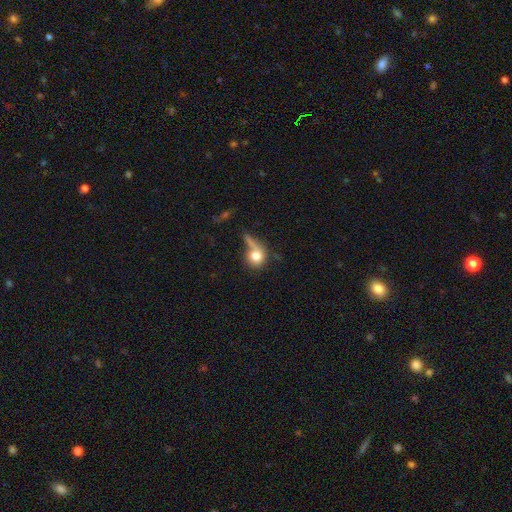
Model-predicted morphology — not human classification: Smooth or featured? Predicted: smooth (p=0.74). How rounded? Predicted: round (p=0.74). Merging? Predicted: none (p=0.36).